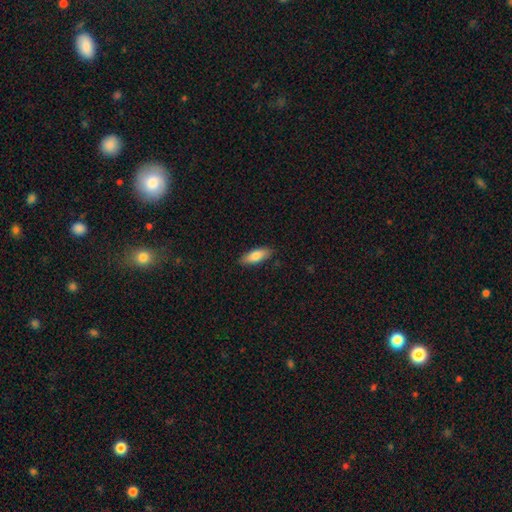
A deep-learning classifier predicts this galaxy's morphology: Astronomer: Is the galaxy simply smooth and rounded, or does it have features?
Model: smooth — 81%.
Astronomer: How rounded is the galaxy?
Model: in between — 70%.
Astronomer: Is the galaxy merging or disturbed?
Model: none — 86%.